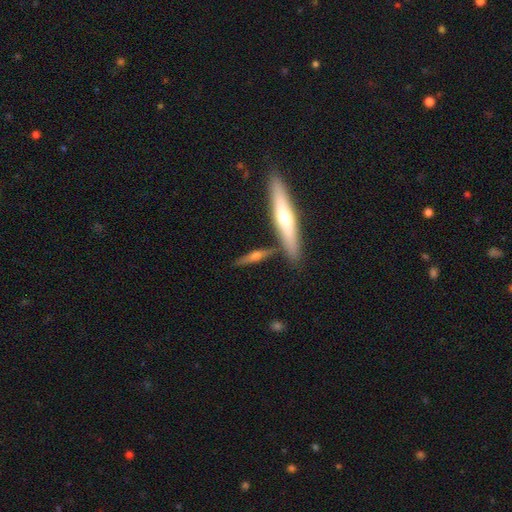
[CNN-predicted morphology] smooth_or_featured: featured or disk (p=0.54) [alt: smooth p=0.39]
disk_edge_on: yes (p=0.93) [alt: no p=0.07]
edge_on_bulge: rounded (p=0.86) [alt: none p=0.07]
merging: none (p=0.74) [alt: merger p=0.12]